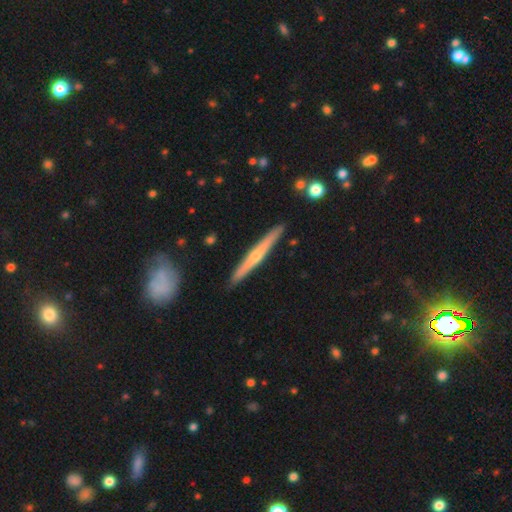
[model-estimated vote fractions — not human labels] smooth_or_featured: featured or disk (p=0.70) [alt: smooth p=0.23]
disk_edge_on: yes (p=0.97) [alt: no p=0.03]
edge_on_bulge: rounded (p=0.74) [alt: none p=0.22]
merging: none (p=0.89) [alt: minor disturbance p=0.08]